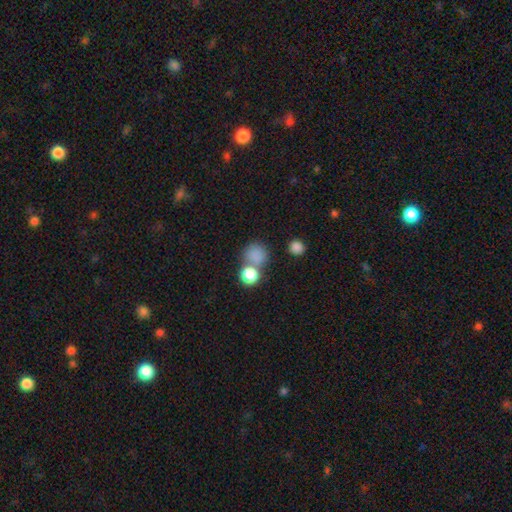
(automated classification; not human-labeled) Smooth or featured? smooth (80%)
How rounded? round (82%)
Merging? none (51%)